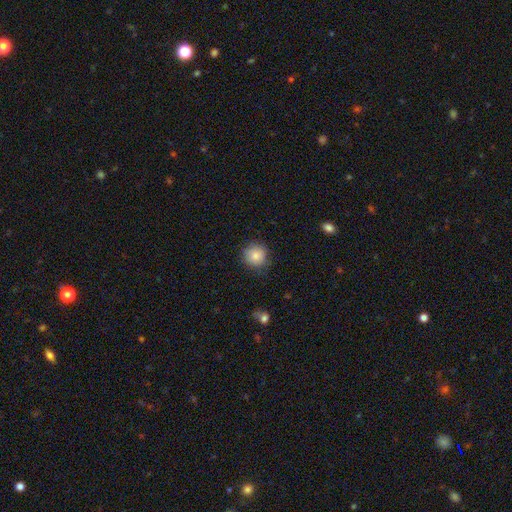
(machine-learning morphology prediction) Smooth or featured? smooth (85%)
How rounded? round (93%)
Merging? none (85%)